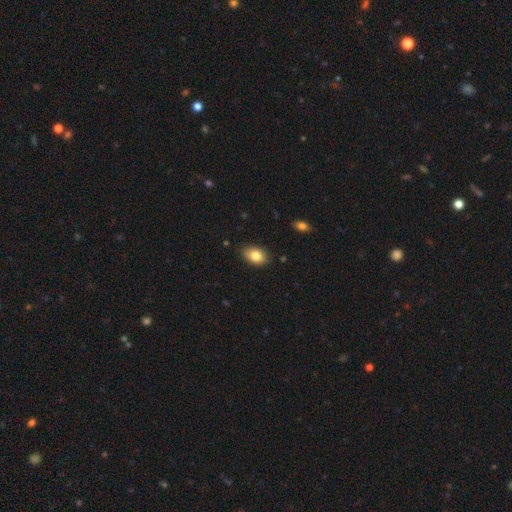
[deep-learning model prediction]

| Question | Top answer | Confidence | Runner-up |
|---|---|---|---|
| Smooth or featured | smooth | 82% | featured or disk (10%) |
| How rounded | in between | 86% | round (13%) |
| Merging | none | 84% | minor disturbance (12%) |